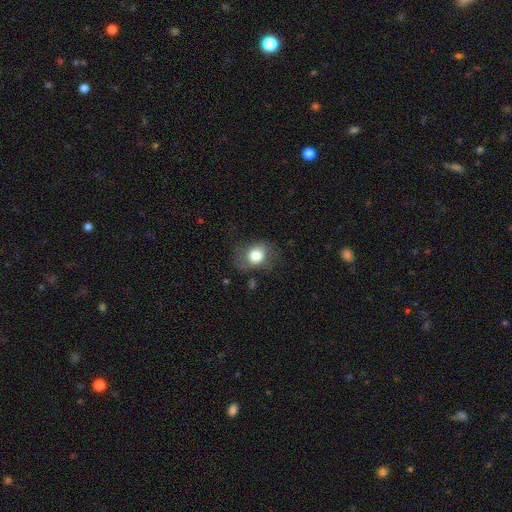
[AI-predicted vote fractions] Smooth or featured? Predicted: smooth (p=0.74). How rounded? Predicted: in between (p=0.55). Merging? Predicted: none (p=0.59).